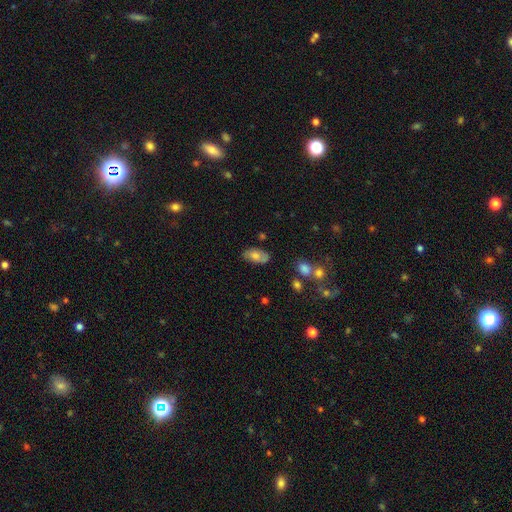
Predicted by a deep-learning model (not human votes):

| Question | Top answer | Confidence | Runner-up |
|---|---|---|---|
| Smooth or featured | smooth | 66% | featured or disk (26%) |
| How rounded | in between | 92% | round (6%) |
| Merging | none | 72% | minor disturbance (20%) |